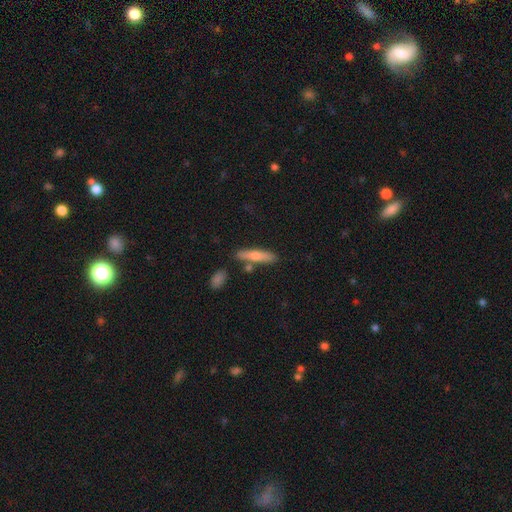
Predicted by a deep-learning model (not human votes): This appears to be a smooth galaxy with no disk features (67%) that is cigar-shaped (80%). Merging: none (75%).